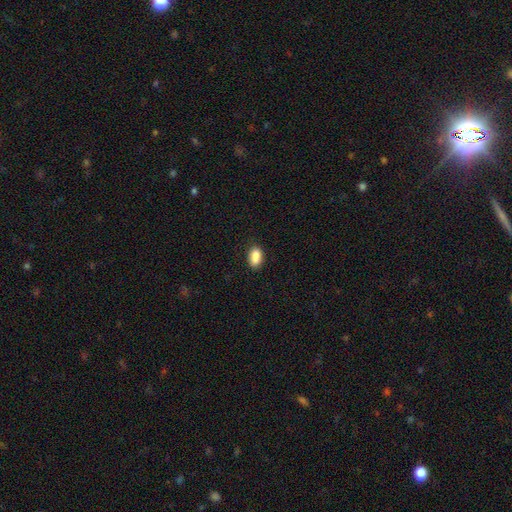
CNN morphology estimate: This appears to be a smooth galaxy with no disk features (88%) that is in between round and cigar-shaped (90%). Merging: none (82%).